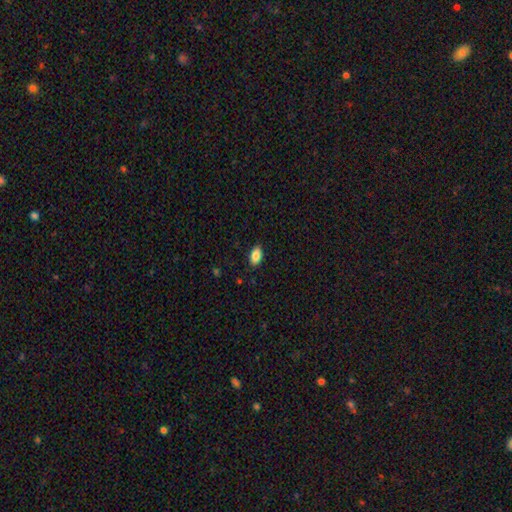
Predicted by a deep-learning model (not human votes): smooth 86%, star or artifact 7%, featured or disk 7%. Down the decision tree: how rounded — in between (92%); merging — none (88%).